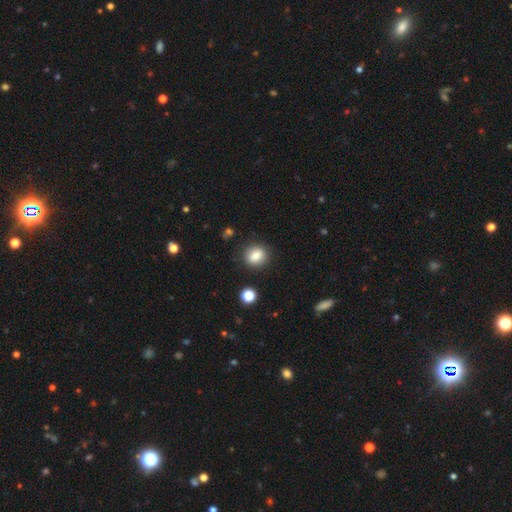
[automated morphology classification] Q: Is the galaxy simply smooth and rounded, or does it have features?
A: smooth — 84%.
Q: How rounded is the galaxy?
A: round — 74%.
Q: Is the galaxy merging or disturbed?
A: none — 87%.